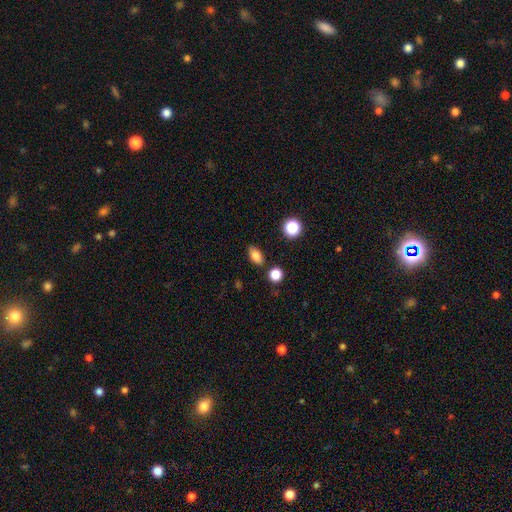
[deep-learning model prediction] Smooth or featured? smooth (81%)
How rounded? in between (83%)
Merging? none (84%)